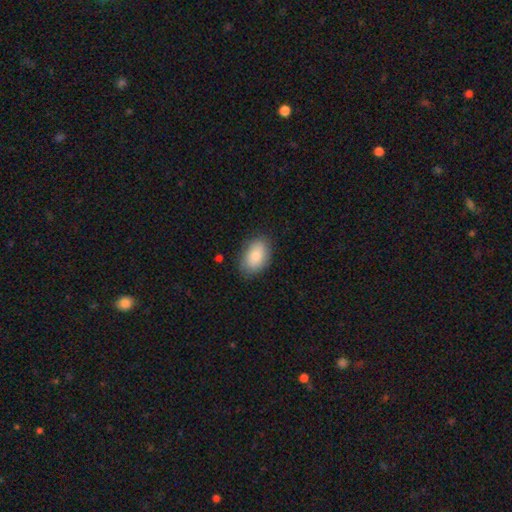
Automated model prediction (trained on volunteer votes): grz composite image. It shows a smooth galaxy with no disk features (82%) that is in between round and cigar-shaped (90%). Merging: none (81%).